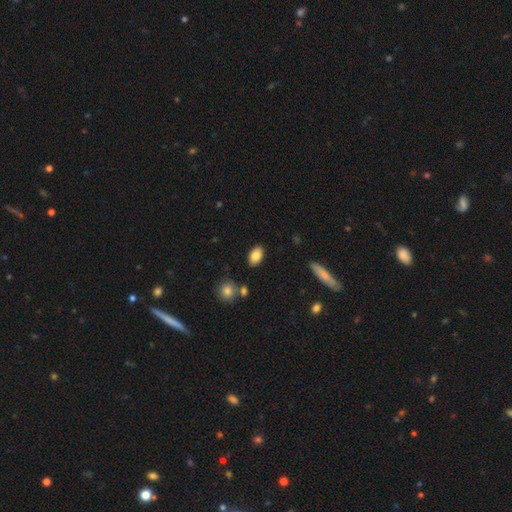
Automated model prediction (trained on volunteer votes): The model was most divided on "smooth or featured": smooth: 83%, featured or disk: 9%, star or artifact: 7%. More confident: how rounded — in between (91%); merging — none (86%).